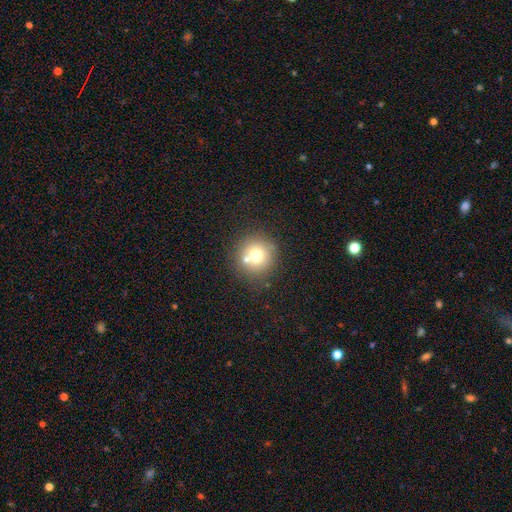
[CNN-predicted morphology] The model was most divided on "smooth or featured": smooth: 70%, featured or disk: 17%, star or artifact: 14%. More confident: how rounded — round (93%); merging — none (71%).